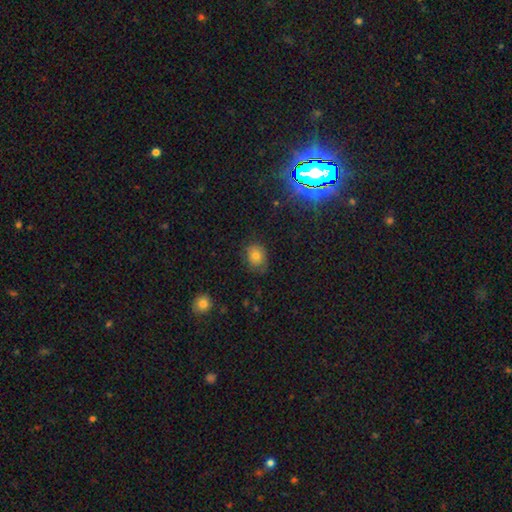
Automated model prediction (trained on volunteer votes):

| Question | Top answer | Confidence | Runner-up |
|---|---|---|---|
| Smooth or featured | smooth | 74% | star or artifact (15%) |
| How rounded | round | 52% | in between (47%) |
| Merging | none | 72% | minor disturbance (22%) |